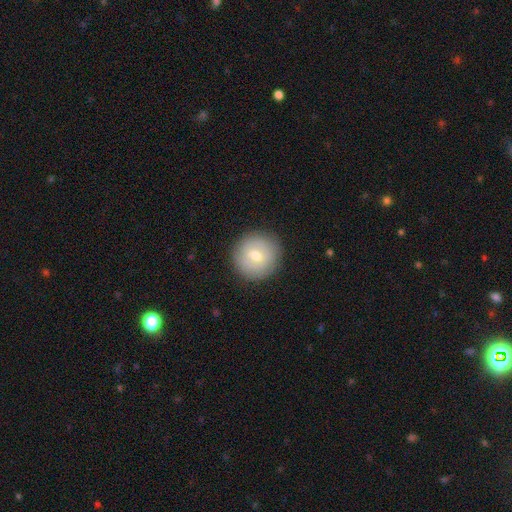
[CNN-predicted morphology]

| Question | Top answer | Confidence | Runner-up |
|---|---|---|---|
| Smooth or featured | smooth | 69% | featured or disk (21%) |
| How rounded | round | 94% | in between (5%) |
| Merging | none | 89% | minor disturbance (7%) |